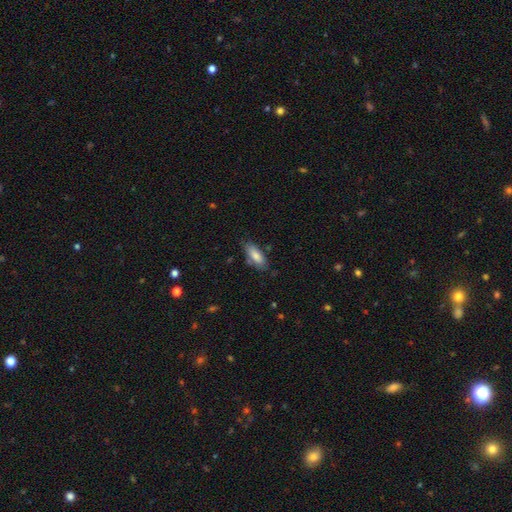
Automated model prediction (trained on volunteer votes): A smooth galaxy with no disk features (81%) that is in between round and cigar-shaped (73%). Merging: none (74%).